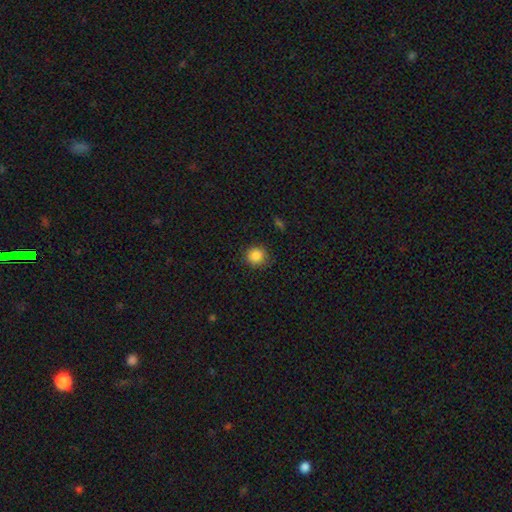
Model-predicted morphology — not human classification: type=smooth (85%); roundness=round (88%); merging=none (80%).